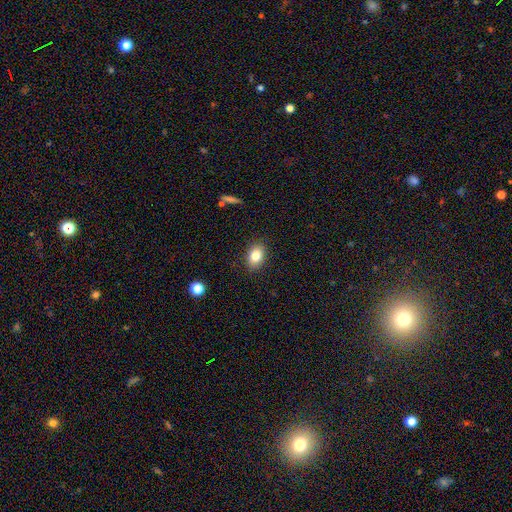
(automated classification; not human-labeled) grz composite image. It shows a smooth galaxy with no disk features (83%) that is in between round and cigar-shaped (79%). Merging: none (87%).